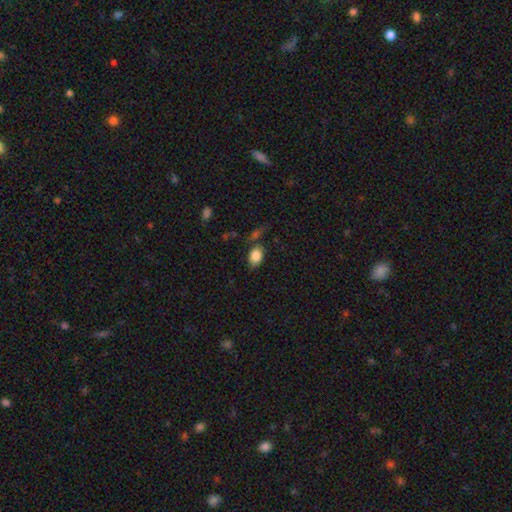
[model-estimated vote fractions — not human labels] The model was most divided on "merging": none: 66%, minor disturbance: 18%, merger: 10%, major disturbance: 7%. More confident: smooth or featured — smooth (85%); how rounded — in between (81%).